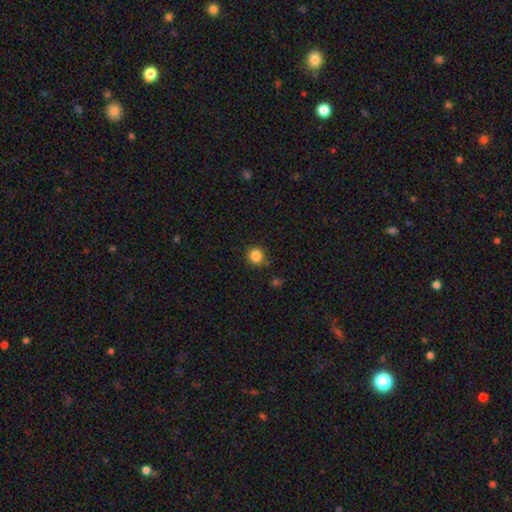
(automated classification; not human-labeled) A smooth galaxy with no disk features (85%) that is round (94%). Merging: none (88%).